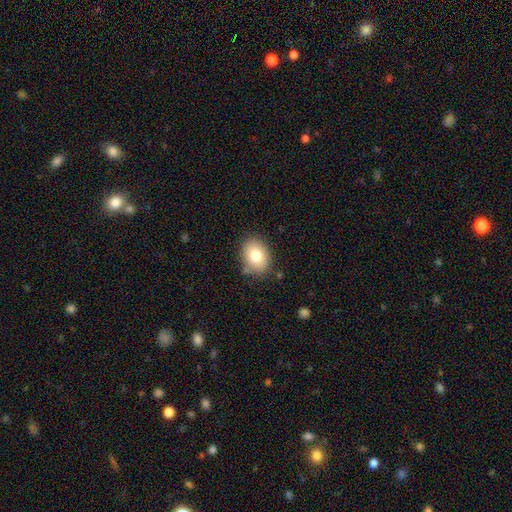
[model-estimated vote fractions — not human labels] A smooth galaxy with no disk features (78%) that is in between round and cigar-shaped (63%).

Vote fractions:
- Smooth or featured? smooth: 78% / featured or disk: 13% / star or artifact: 9%
- How rounded? in between: 63% / round: 36% / cigar-shaped: 1%
- Merging? none: 81% / minor disturbance: 13% / major disturbance: 3% / merger: 2%